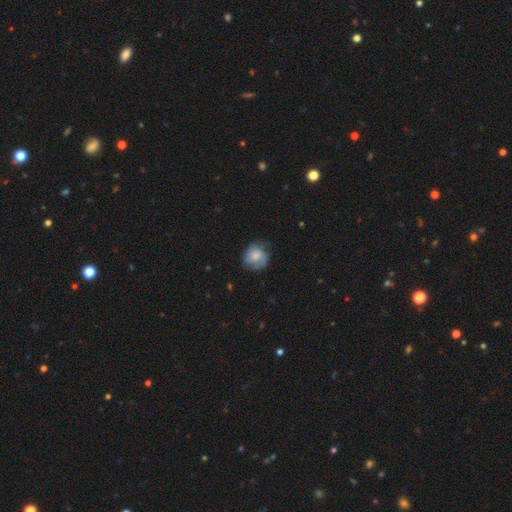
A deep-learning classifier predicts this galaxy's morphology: The model was most divided on "merging": none: 59%, minor disturbance: 27%, major disturbance: 12%, merger: 1%. More confident: how rounded — round (79%); smooth or featured — smooth (65%).